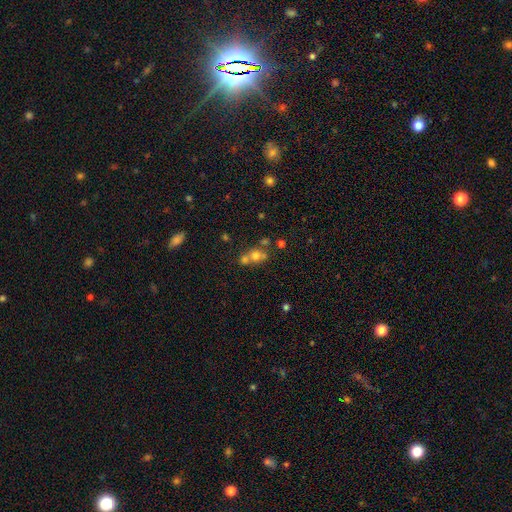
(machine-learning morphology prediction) This is likely a smooth galaxy (64%). How rounded: likely round (76%). Merging: possibly merger (51%).